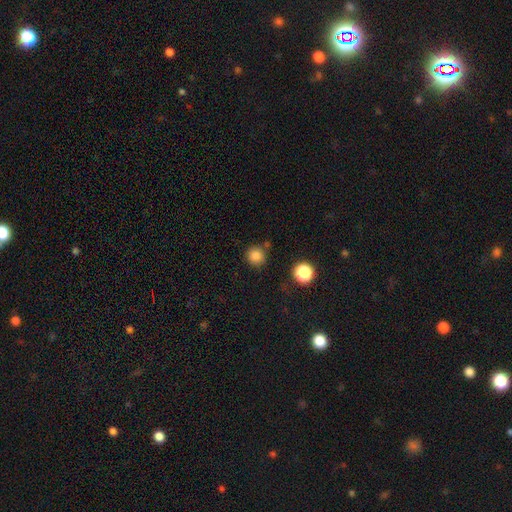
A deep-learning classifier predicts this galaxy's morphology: The model was most divided on "merging": none: 80%, minor disturbance: 11%, merger: 6%, major disturbance: 3%. More confident: how rounded — round (93%); smooth or featured — smooth (84%).